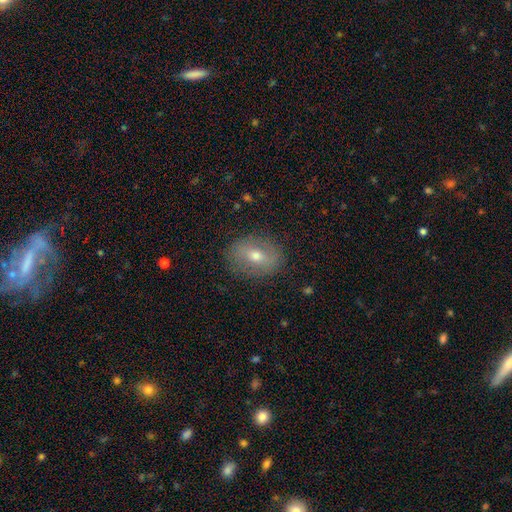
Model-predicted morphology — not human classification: The model was most divided on "how rounded": in between: 55%, round: 43%, cigar-shaped: 2%. More confident: merging — none (85%); smooth or featured — smooth (52%).